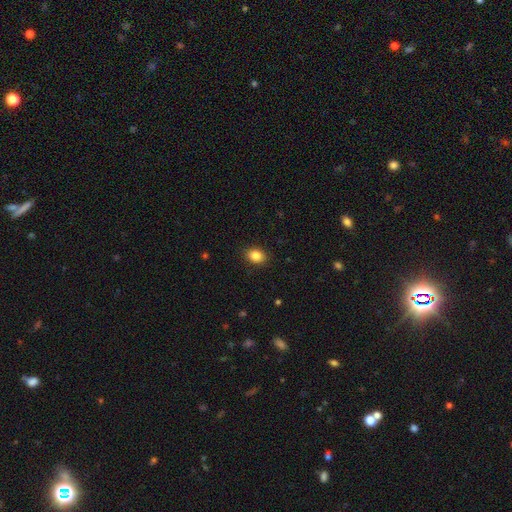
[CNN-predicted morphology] This appears to be a smooth galaxy with no disk features (86%) that is in between round and cigar-shaped (65%). Merging: none (89%).